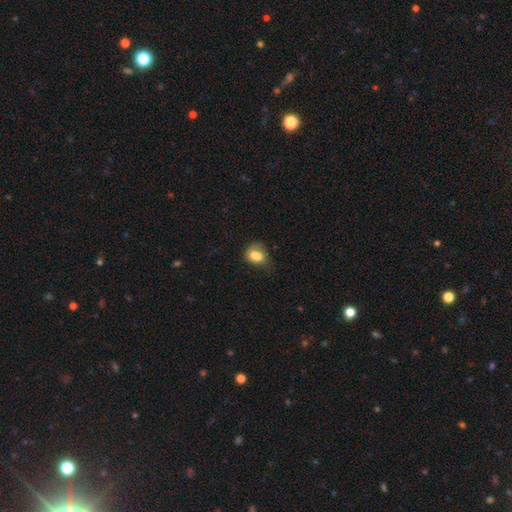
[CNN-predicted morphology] Q: Smooth or featured?
A: smooth (77%); runner-up: featured or disk (13%)
Q: How rounded?
A: in between (62%); runner-up: round (36%)
Q: Merging?
A: none (35%); runner-up: minor disturbance (33%)